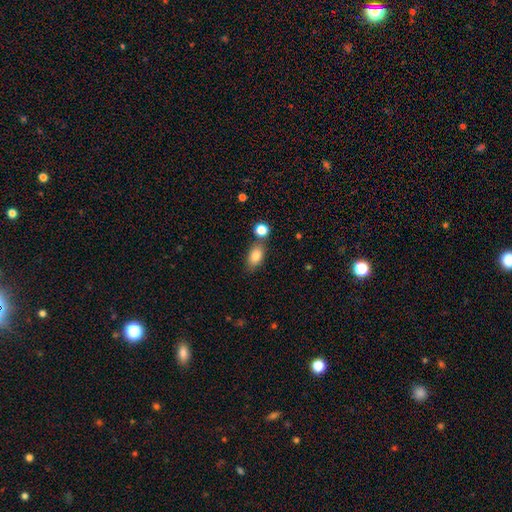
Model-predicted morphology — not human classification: Smooth or featured? Predicted: smooth (p=0.85). How rounded? Predicted: in between (p=0.87). Merging? Predicted: none (p=0.66).